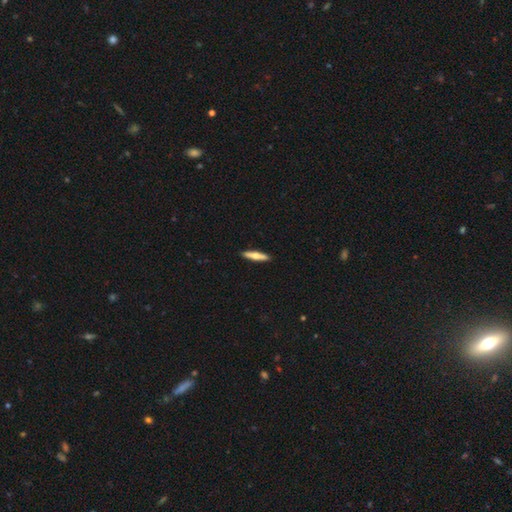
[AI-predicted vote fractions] A smooth galaxy with no disk features (57%) that is cigar-shaped (85%).

Vote fractions:
- Smooth or featured? smooth: 57% / featured or disk: 37% / star or artifact: 5%
- How rounded? cigar-shaped: 85% / in between: 13% / round: 2%
- Merging? none: 91% / minor disturbance: 6% / major disturbance: 1% / merger: 1%